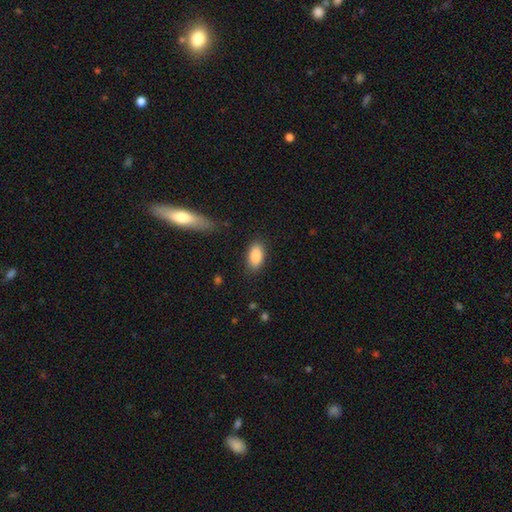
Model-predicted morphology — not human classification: This appears to be a smooth galaxy with no disk features (87%) that is in between round and cigar-shaped (92%). Merging: none (84%).